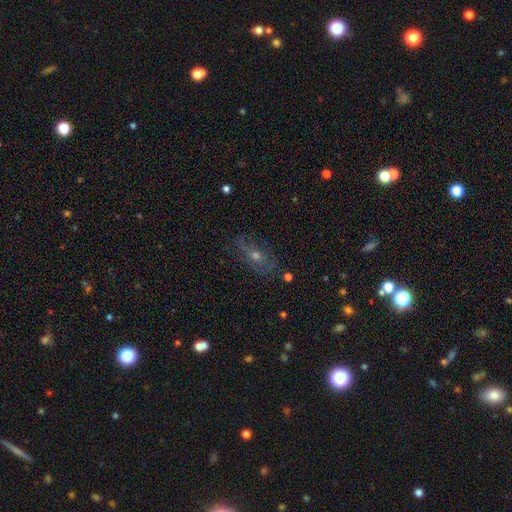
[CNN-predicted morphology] Smooth or featured: featured or disk — 44% (smooth — 35%)
Merging: none — 70% (minor disturbance — 19%)